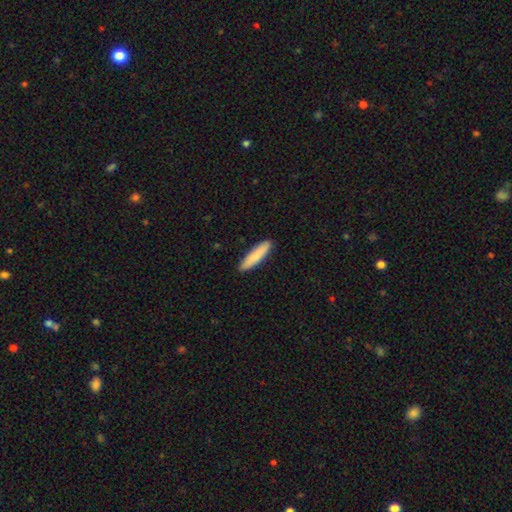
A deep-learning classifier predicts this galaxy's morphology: Overall: smooth (83%). How rounded: cigar-shaped (81%). Merging: none (91%).